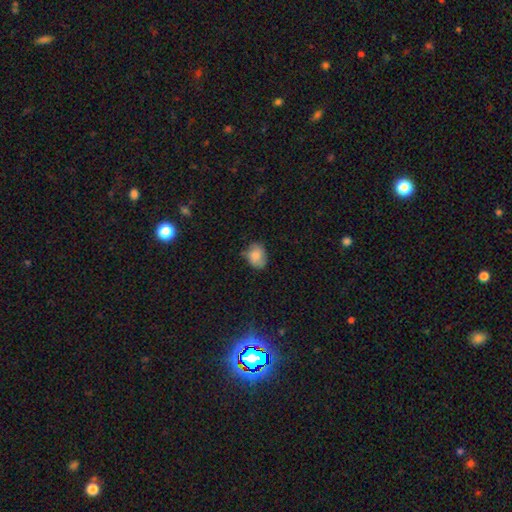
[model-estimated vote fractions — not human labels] smooth_or_featured: smooth (p=0.79) [alt: featured or disk p=0.12]
how_rounded: in between (p=0.57) [alt: round p=0.42]
merging: none (p=0.61) [alt: minor disturbance p=0.31]